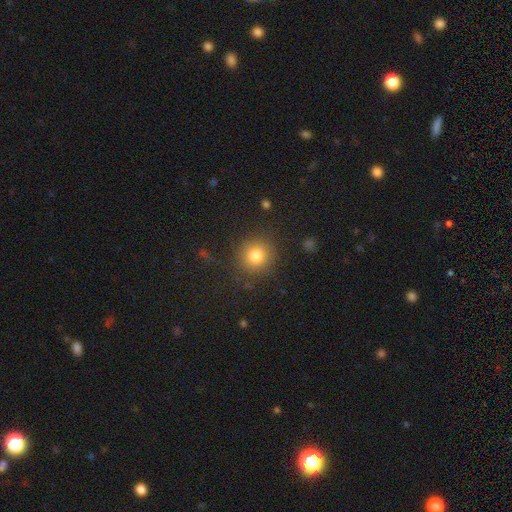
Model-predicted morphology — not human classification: Smooth or featured: smooth — 81% (star or artifact — 12%)
How rounded: round — 90% (in between — 9%)
Merging: none — 86% (minor disturbance — 9%)